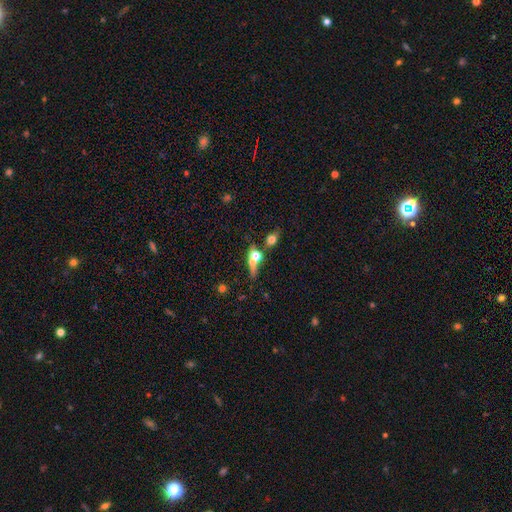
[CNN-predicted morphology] The model was most divided on "how rounded": in between: 39%, round: 36%, cigar-shaped: 25%. Remaining: smooth or featured — smooth (58%); merging — merger (47%).